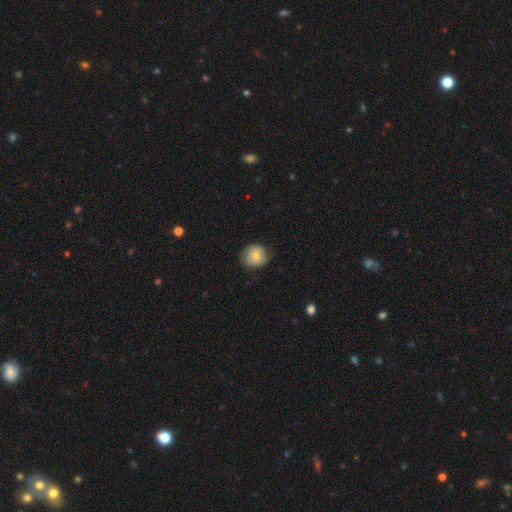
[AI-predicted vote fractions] This is possibly a smooth galaxy (55%). How rounded: likely round (78%). Merging: likely none (70%).